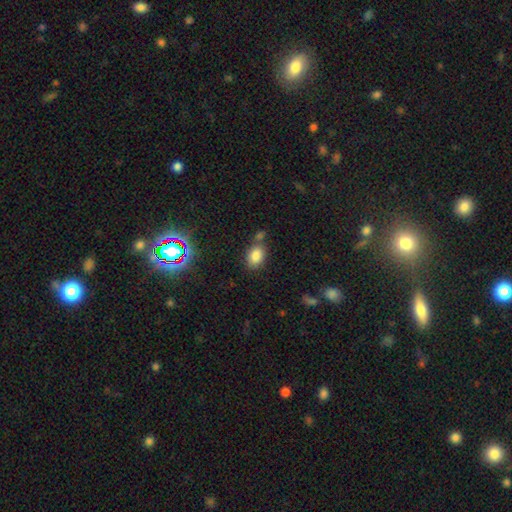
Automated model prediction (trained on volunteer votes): smooth 81%, star or artifact 12%, featured or disk 7%. Down the decision tree: how rounded — in between (76%); merging — none (63%).